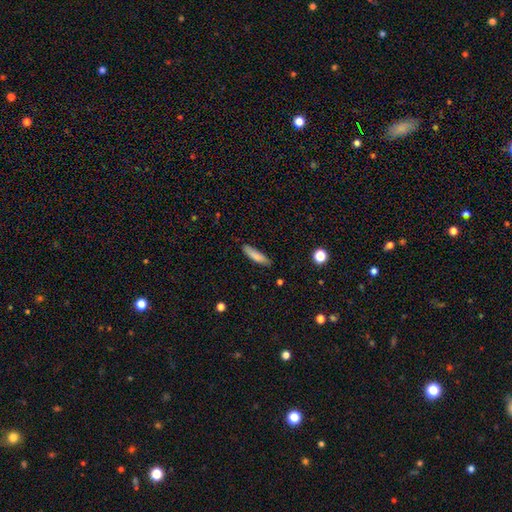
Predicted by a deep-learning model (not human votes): The model was most divided on "how rounded": cigar-shaped: 77%, in between: 21%, round: 2%. More confident: smooth or featured — smooth (82%); merging — none (82%).